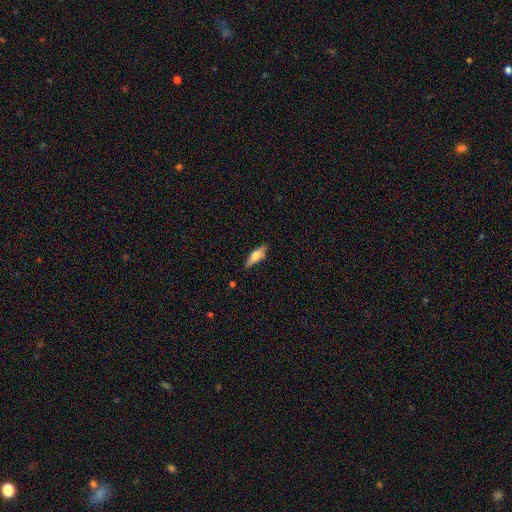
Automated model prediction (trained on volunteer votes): Morphology: type=smooth (55%); roundness=cigar-shaped (49%); merging=none (77%).